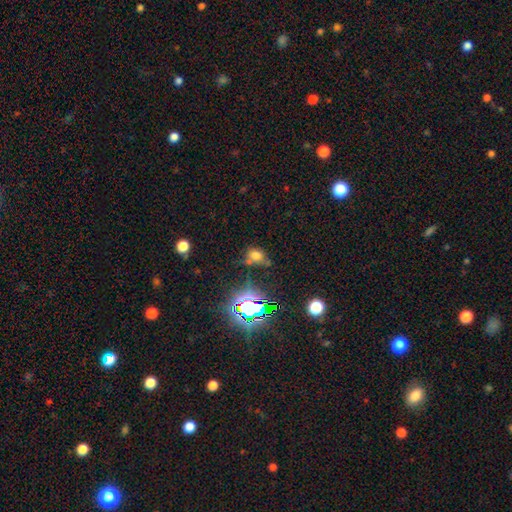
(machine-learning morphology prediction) Smooth or featured? smooth (59%)
How rounded? in between (51%)
Merging? none (52%)